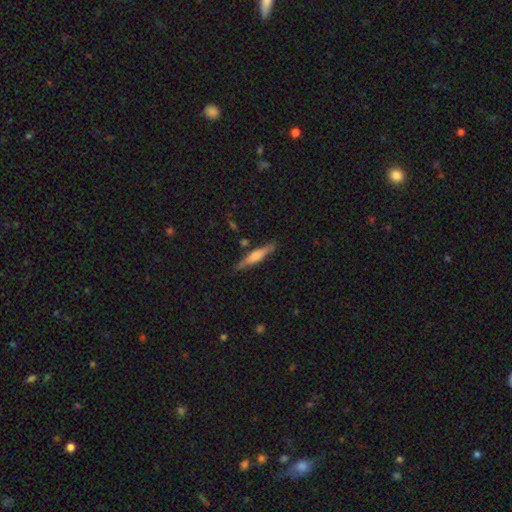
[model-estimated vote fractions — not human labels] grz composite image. It shows a featured or disk galaxy (48%). Merging: none (84%).